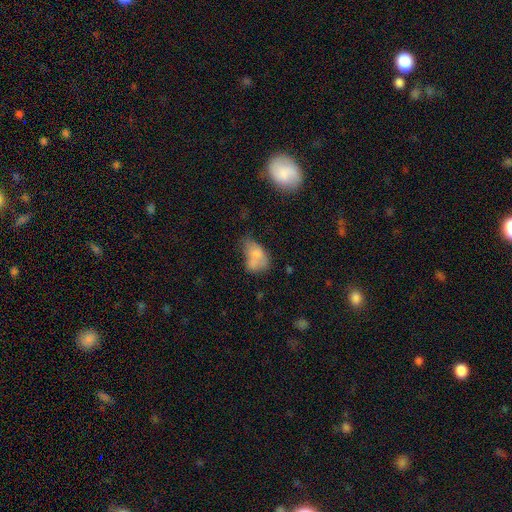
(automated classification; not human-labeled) A smooth galaxy with no disk features (66%) that is in between round and cigar-shaped (83%). Merging: merger (32%).